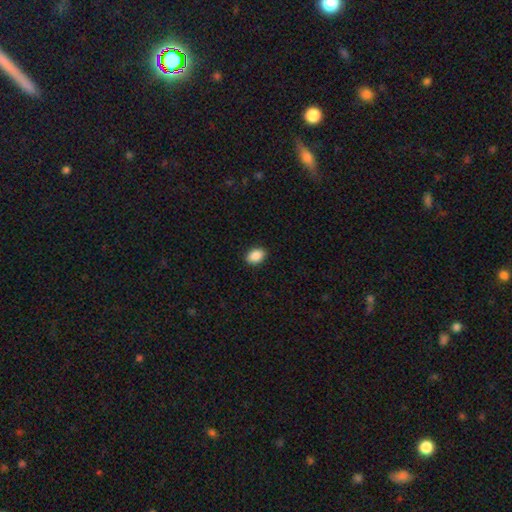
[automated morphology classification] smooth 89%, star or artifact 8%, featured or disk 3%. Down the decision tree: how rounded — in between (83%); merging — none (90%).